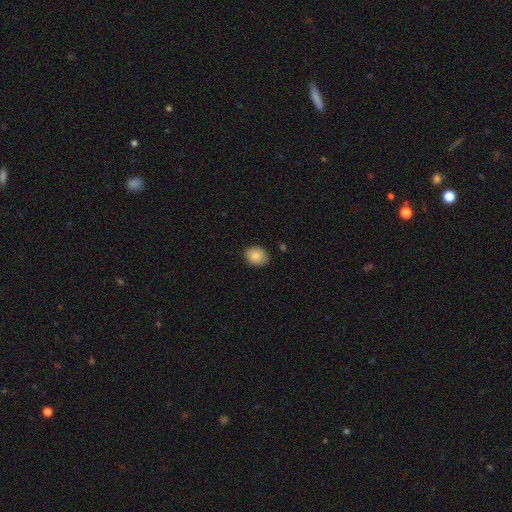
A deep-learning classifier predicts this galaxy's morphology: The model was most divided on "how rounded": round: 54%, in between: 45%, cigar-shaped: 1%. More confident: smooth or featured — smooth (86%); merging — none (82%).